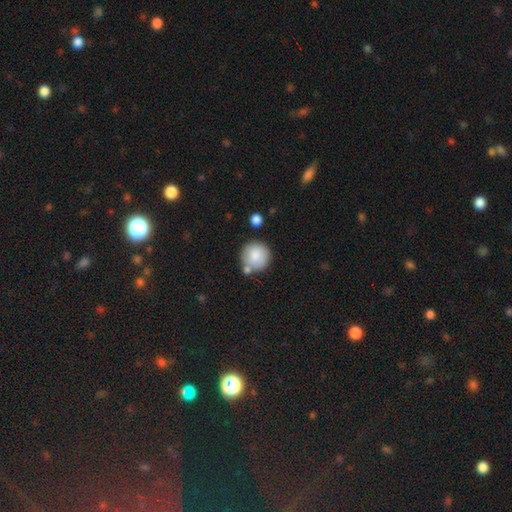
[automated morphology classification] type=smooth (84%); roundness=round (93%); merging=none (68%).